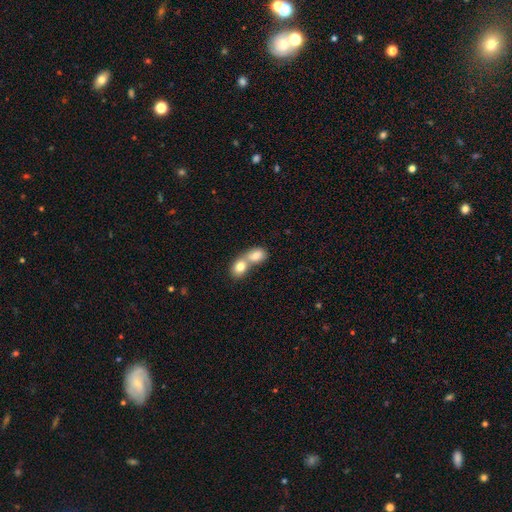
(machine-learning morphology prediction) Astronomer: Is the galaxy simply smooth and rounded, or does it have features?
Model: smooth — 79%.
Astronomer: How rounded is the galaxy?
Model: in between — 60% (runner-up: round, 39%).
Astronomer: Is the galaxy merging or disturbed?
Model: merger — 74%.